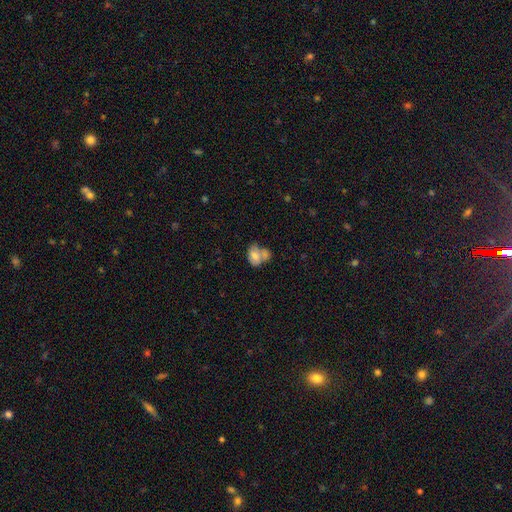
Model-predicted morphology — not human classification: A smooth galaxy with no disk features (70%) that is in between round and cigar-shaped (68%).

Vote fractions:
- Smooth or featured? smooth: 70% / featured or disk: 21% / star or artifact: 9%
- How rounded? in between: 68% / round: 31% / cigar-shaped: 1%
- Merging? merger: 56% / none: 22% / minor disturbance: 13% / major disturbance: 8%